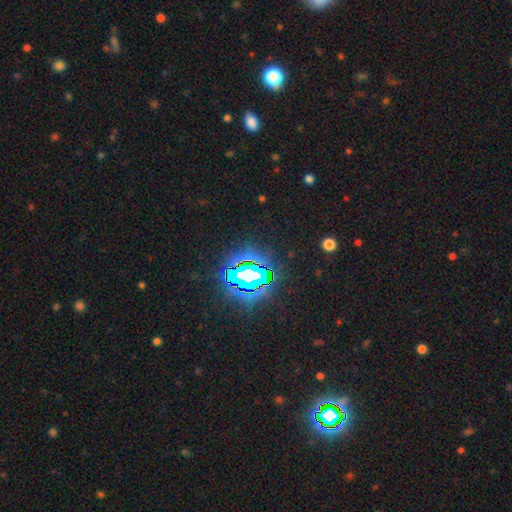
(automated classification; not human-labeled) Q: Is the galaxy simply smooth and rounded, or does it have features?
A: star or artifact — 84%.